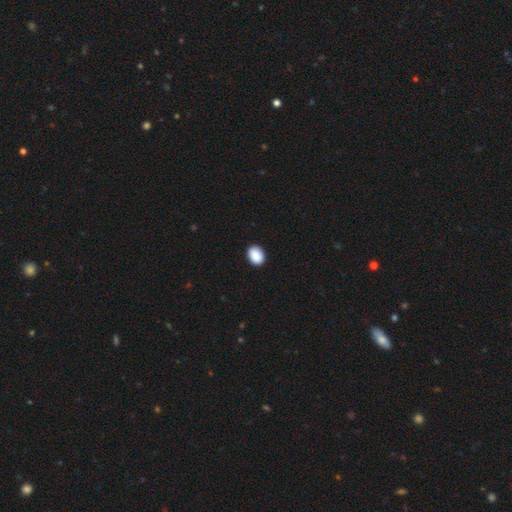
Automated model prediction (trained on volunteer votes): smooth 90%, star or artifact 7%, featured or disk 3%. Down the decision tree: how rounded — in between (70%); merging — none (90%).